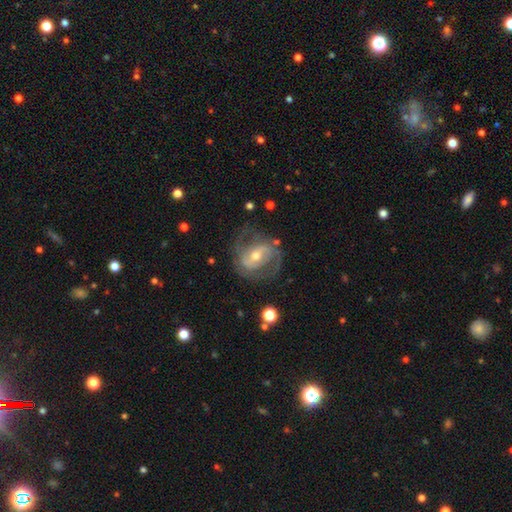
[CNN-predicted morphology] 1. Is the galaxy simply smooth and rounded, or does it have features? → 83% featured or disk, 11% smooth, 5% star or artifact.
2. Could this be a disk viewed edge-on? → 96% no, 4% yes.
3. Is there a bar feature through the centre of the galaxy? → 40% weak, 37% strong, 23% no.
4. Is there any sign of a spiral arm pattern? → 88% yes, 12% no.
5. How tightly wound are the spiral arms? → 49% medium, 29% tight, 22% loose.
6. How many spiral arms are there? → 79% 2, 11% can't tell, 4% 3, 3% 1, 1% 4, 1% more than 4.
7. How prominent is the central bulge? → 55% moderate, 40% small, 3% large, 1% none, 1% dominant.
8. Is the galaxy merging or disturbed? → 68% none, 17% minor disturbance, 13% major disturbance, 2% merger.